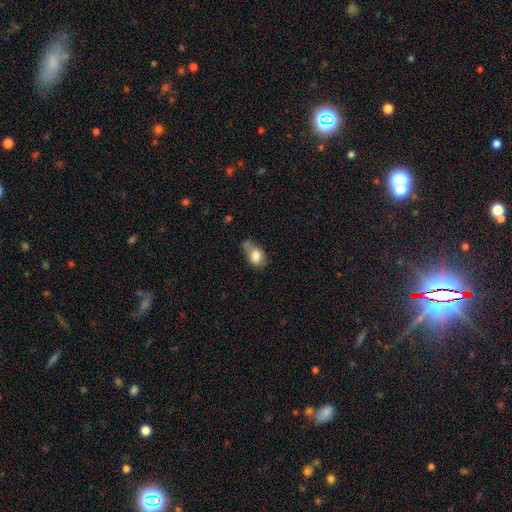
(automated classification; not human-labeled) Morphology: type=smooth (78%); roundness=in between (78%); merging=minor disturbance (36%).